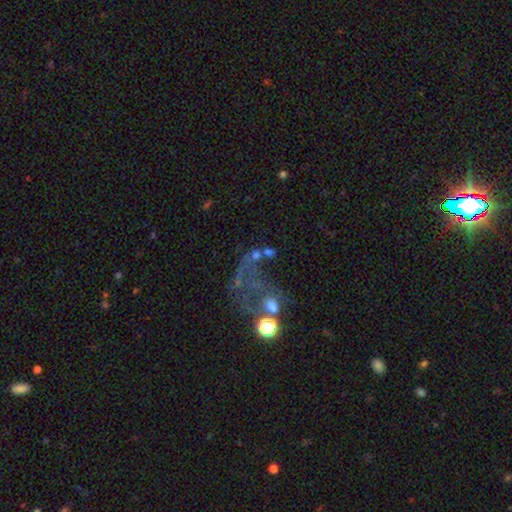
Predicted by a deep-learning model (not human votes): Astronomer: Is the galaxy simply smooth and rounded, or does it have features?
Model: smooth — 34%, tied with star or artifact at 34%.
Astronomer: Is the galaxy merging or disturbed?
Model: major disturbance — 35% (runner-up: none, 30%).